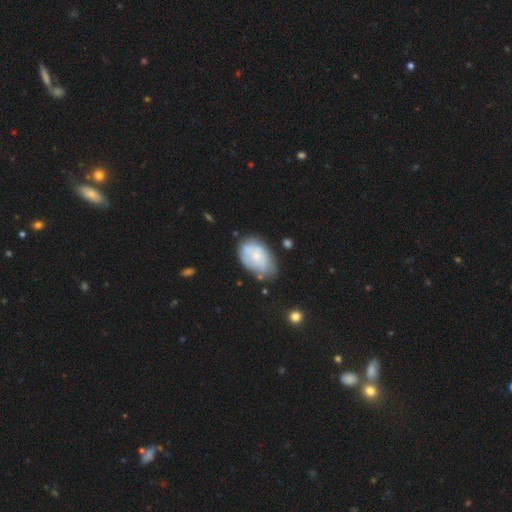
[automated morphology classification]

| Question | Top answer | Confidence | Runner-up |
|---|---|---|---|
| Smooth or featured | smooth | 57% | featured or disk (36%) |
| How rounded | in between | 88% | round (11%) |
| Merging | none | 51% | minor disturbance (33%) |